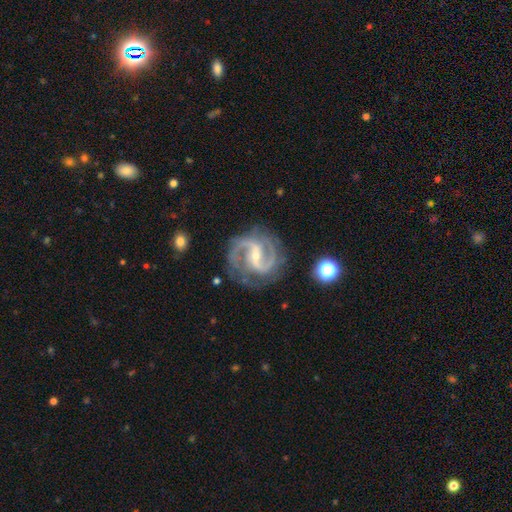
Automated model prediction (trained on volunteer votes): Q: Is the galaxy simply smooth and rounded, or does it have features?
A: featured or disk — 93%.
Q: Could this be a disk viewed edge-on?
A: no — 98%.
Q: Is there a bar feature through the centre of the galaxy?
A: strong — 40%.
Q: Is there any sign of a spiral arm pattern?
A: yes — 98%.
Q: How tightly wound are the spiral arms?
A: medium — 62%.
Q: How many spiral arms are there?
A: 2 — 87%.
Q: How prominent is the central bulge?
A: small — 72%.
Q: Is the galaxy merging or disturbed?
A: none — 77%.